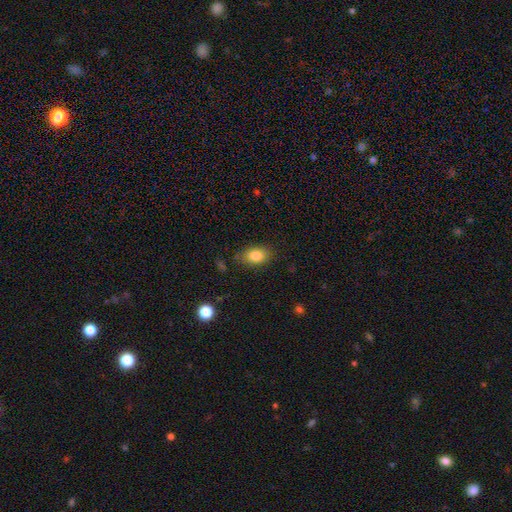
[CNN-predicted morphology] Overall: smooth (83%). How rounded: in between (84%). Merging: none (82%).